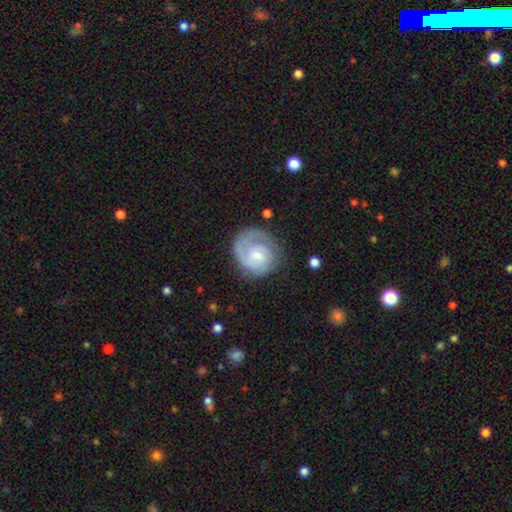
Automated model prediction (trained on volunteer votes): A featured or disk galaxy (64%) with no bar (57%), 1 (44%) tight (51%) spiral arms (88%) and a small central bulge (45%). Merging: none (62%).